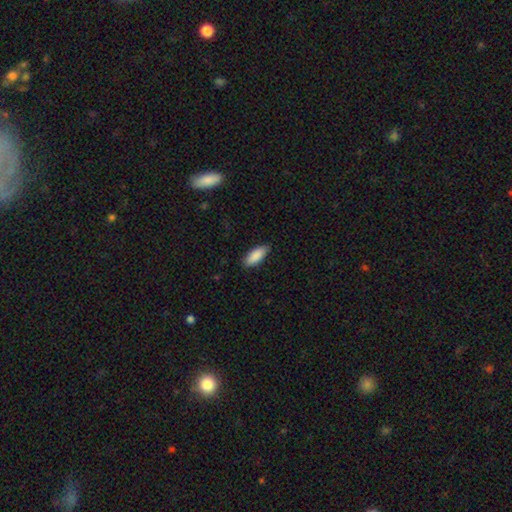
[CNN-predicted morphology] Overall: smooth (89%). How rounded: in between (80%). Merging: none (85%).